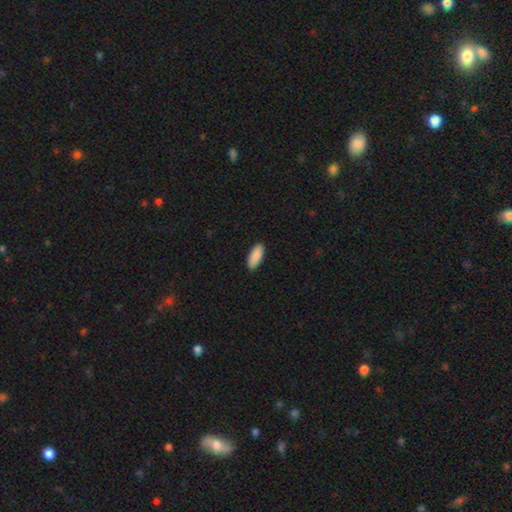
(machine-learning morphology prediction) A smooth galaxy with no disk features (89%) that is in between round and cigar-shaped (81%).

Vote fractions:
- Smooth or featured? smooth: 89% / star or artifact: 6% / featured or disk: 5%
- How rounded? in between: 81% / cigar-shaped: 17% / round: 2%
- Merging? none: 88% / minor disturbance: 9% / major disturbance: 2% / merger: 1%